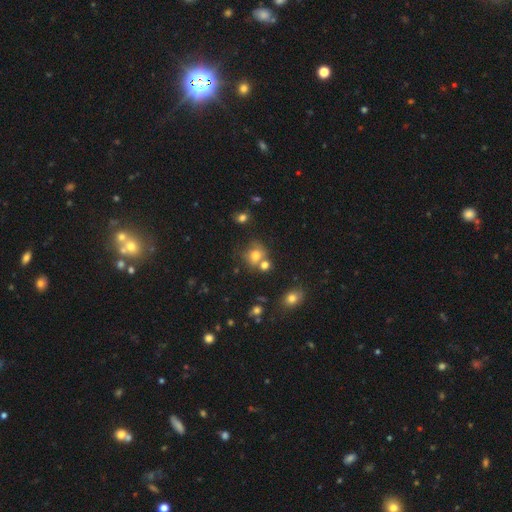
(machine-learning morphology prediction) A smooth galaxy with no disk features (71%) that is round (71%). Merging: none (46%).